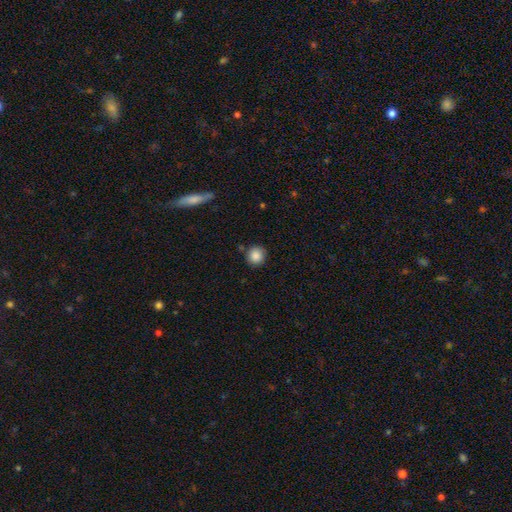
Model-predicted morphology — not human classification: Smooth or featured?
  - smooth: 87% *
  - star or artifact: 9%
  - featured or disk: 4%
How rounded?
  - round: 93% *
  - in between: 6%
  - cigar-shaped: 1%
Merging?
  - none: 85% *
  - minor disturbance: 10%
  - merger: 3%
  - major disturbance: 2%